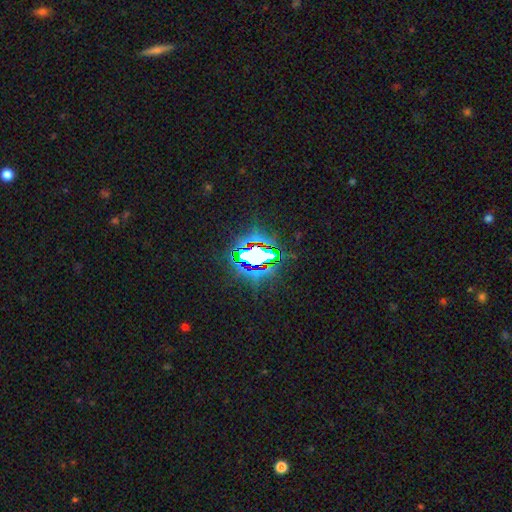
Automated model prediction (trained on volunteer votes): Overall: star or artifact (74%).